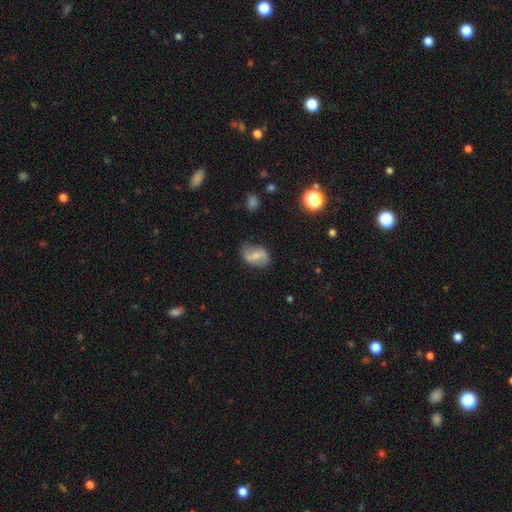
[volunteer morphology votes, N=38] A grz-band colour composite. It shows a smooth galaxy with no disk features (53%) that is in between round and cigar-shaped (70%). Merging: none (56%).